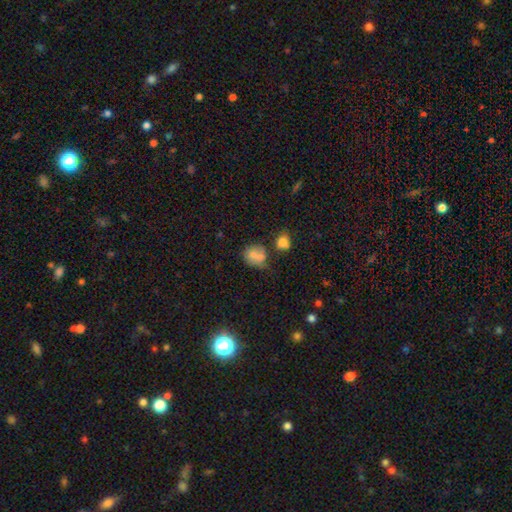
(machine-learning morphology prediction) smooth_or_featured: smooth (p=0.73) [alt: featured or disk p=0.15]
how_rounded: round (p=0.63) [alt: in between p=0.36]
merging: none (p=0.43) [alt: merger p=0.28]